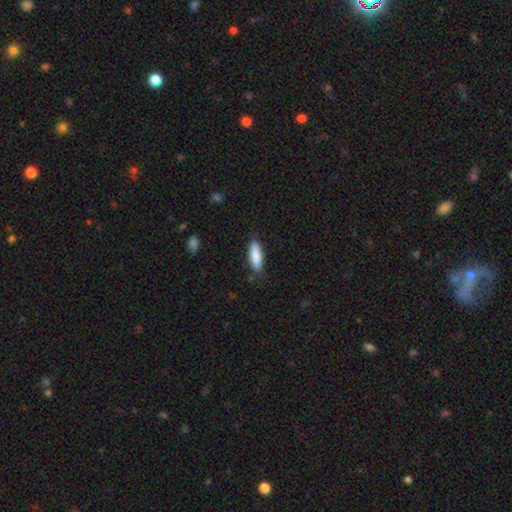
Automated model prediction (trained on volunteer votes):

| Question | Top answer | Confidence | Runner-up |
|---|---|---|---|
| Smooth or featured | smooth | 85% | featured or disk (9%) |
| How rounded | cigar-shaped | 51% | in between (48%) |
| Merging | none | 82% | minor disturbance (14%) |